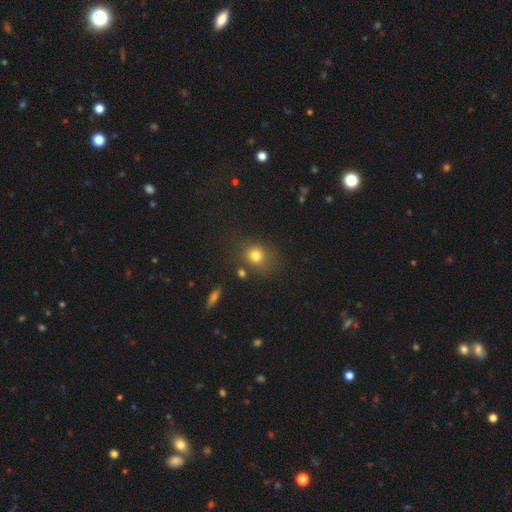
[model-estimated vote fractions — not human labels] Smooth or featured? smooth (78%)
How rounded? round (66%)
Merging? none (70%)